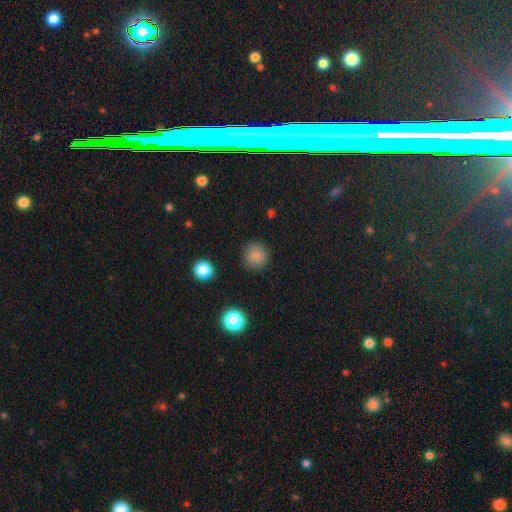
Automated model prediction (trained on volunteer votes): smooth-or-featured: smooth: 85% | star or artifact: 11% | featured or disk: 4%
  how-rounded: round: 93% | in between: 6% | cigar-shaped: 1%
  merging: none: 88% | minor disturbance: 7% | major disturbance: 3% | merger: 1%